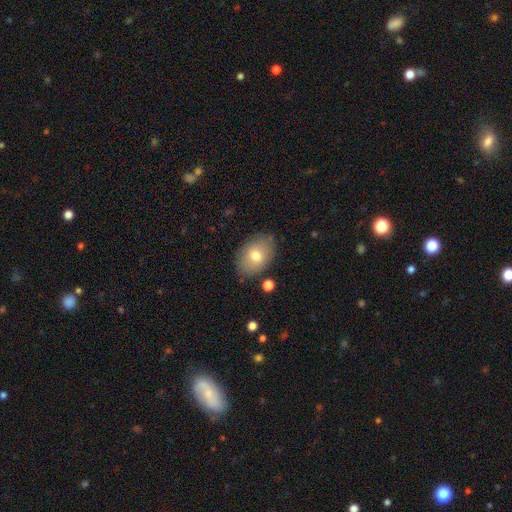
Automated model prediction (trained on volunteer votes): Smooth or featured? smooth (75%)
How rounded? in between (84%)
Merging? none (82%)